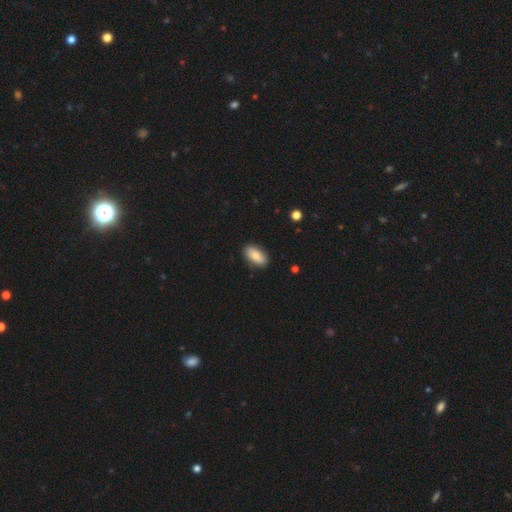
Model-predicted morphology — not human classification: Smooth or featured? Predicted: smooth (p=0.82). How rounded? Predicted: in between (p=0.91). Merging? Predicted: none (p=0.86).